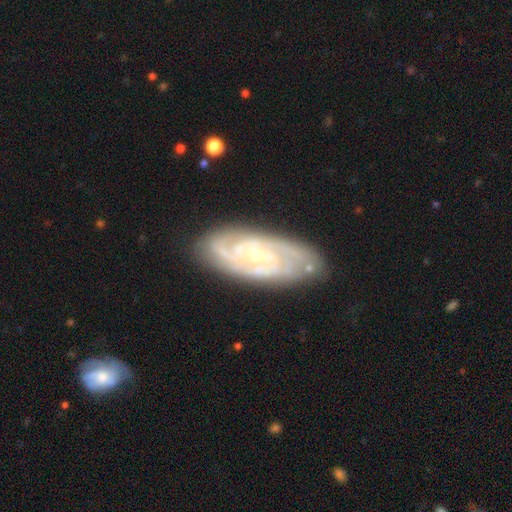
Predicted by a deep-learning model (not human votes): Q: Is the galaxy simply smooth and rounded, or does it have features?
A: featured or disk — 87%.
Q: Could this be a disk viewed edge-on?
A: no — 93%.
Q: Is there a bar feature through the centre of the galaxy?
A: no — 57%.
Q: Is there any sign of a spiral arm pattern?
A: yes — 98%.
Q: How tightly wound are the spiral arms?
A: tight — 67%.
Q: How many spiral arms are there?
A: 3 — 33%.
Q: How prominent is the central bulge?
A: small — 71%.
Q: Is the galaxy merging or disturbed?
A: none — 78%.